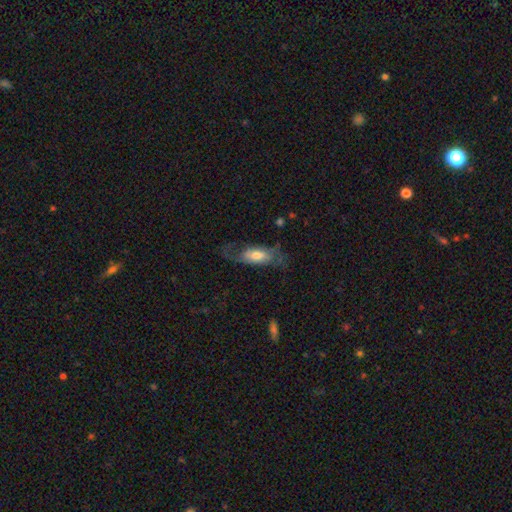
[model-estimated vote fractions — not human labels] This is possibly a featured or disk galaxy (54%). It is clearly not viewed edge-on (84%). Merging: possibly none (53%).